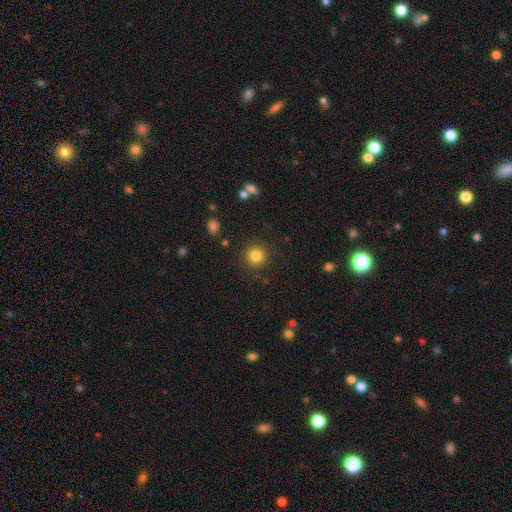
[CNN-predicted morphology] A smooth galaxy with no disk features (83%) that is round (94%).

Vote fractions:
- Smooth or featured? smooth: 83% / star or artifact: 12% / featured or disk: 5%
- How rounded? round: 94% / in between: 5% / cigar-shaped: 1%
- Merging? none: 89% / minor disturbance: 6% / major disturbance: 3% / merger: 2%